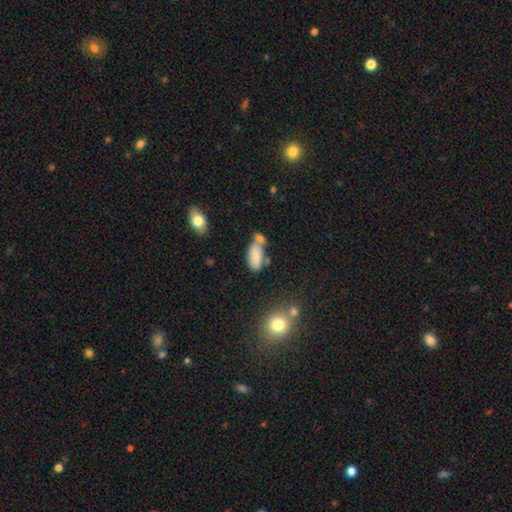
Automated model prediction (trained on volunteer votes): Smooth or featured? Predicted: smooth (p=0.77). How rounded? Predicted: in between (p=0.89). Merging? Predicted: none (p=0.41).